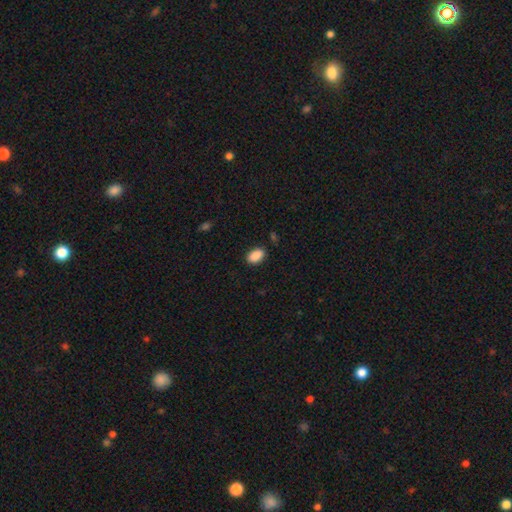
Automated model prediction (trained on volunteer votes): smooth_or_featured: smooth (p=0.90) [alt: star or artifact p=0.07]
how_rounded: in between (p=0.91) [alt: round p=0.07]
merging: none (p=0.86) [alt: minor disturbance p=0.10]